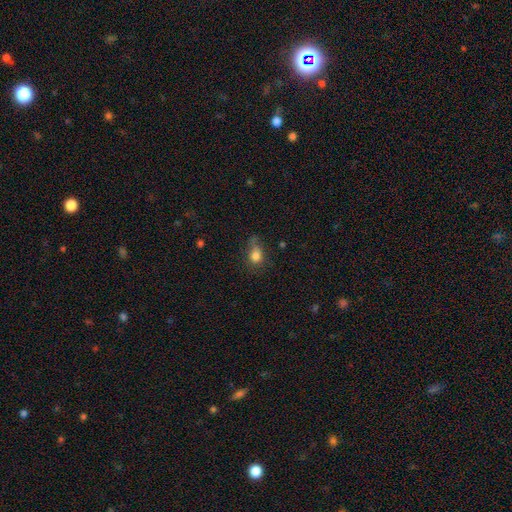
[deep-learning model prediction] This appears to be a smooth galaxy with no disk features (80%) that is round (51%). Merging: none (48%).